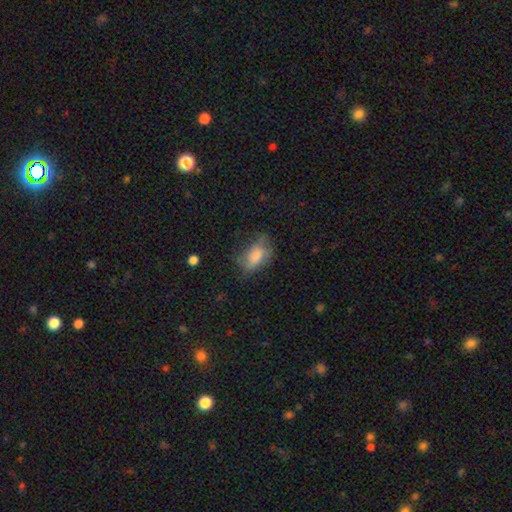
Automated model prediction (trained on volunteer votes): Smooth or featured? smooth (71%)
How rounded? in between (85%)
Merging? none (51%)